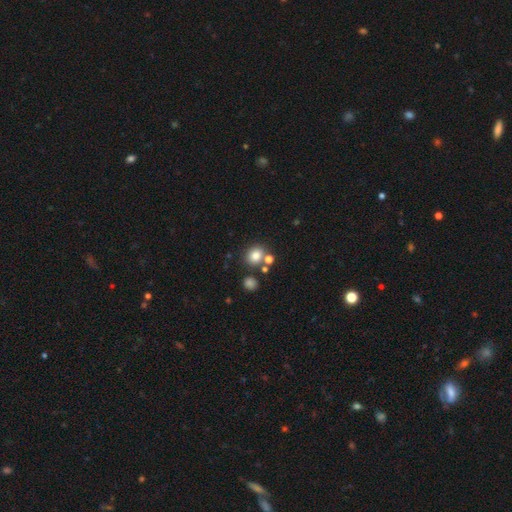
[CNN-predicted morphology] Smooth or featured? Predicted: smooth (p=0.80). How rounded? Predicted: round (p=0.73). Merging? Predicted: none (p=0.69).